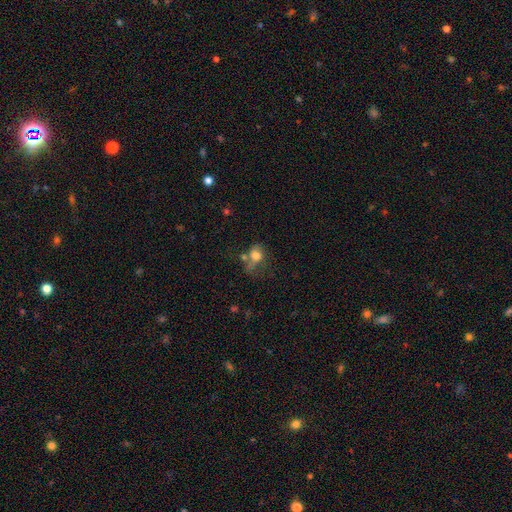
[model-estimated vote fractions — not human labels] A smooth galaxy with no disk features (70%) that is round (51%).

Vote fractions:
- Smooth or featured? smooth: 70% / featured or disk: 18% / star or artifact: 12%
- How rounded? round: 51% / in between: 48% / cigar-shaped: 2%
- Merging? none: 31% / merger: 24% / major disturbance: 23% / minor disturbance: 22%